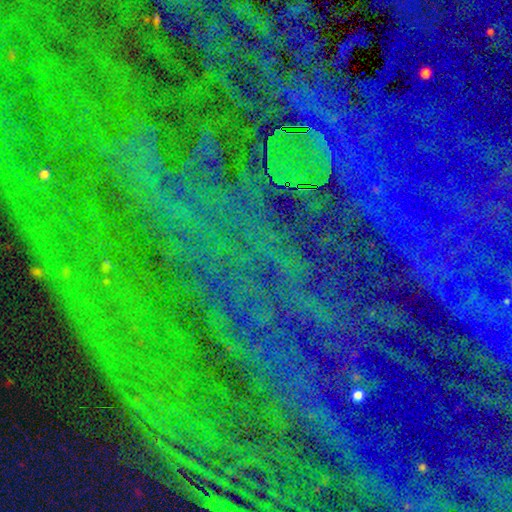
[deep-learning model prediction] Q: Smooth or featured?
A: star or artifact (86%); runner-up: smooth (7%)